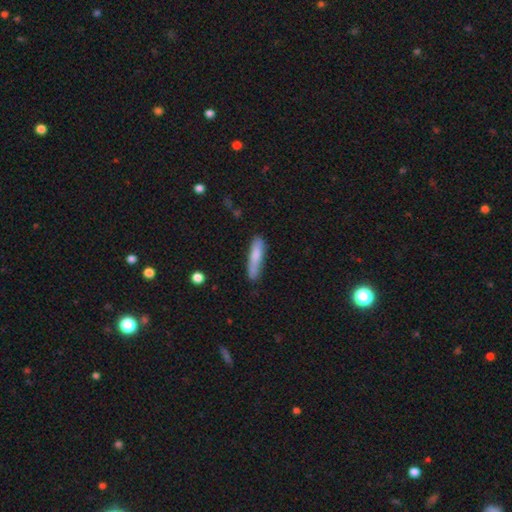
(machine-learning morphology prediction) Smooth or featured: smooth — 77% (featured or disk — 17%)
How rounded: cigar-shaped — 82% (in between — 16%)
Merging: none — 71% (minor disturbance — 21%)